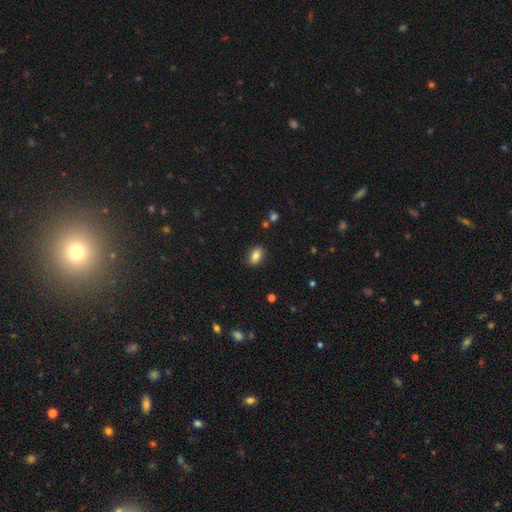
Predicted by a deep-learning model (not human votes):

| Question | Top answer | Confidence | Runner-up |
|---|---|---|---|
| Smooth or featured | smooth | 85% | star or artifact (9%) |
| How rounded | in between | 87% | round (12%) |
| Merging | none | 87% | minor disturbance (9%) |